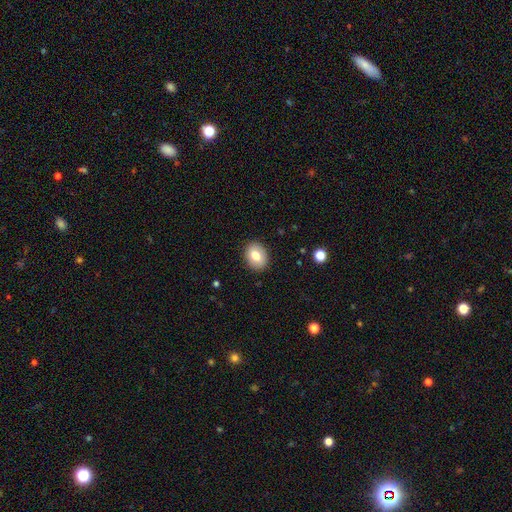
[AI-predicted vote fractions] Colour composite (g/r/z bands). It shows a smooth galaxy with no disk features (78%) that is in between round and cigar-shaped (62%). Merging: none (89%).